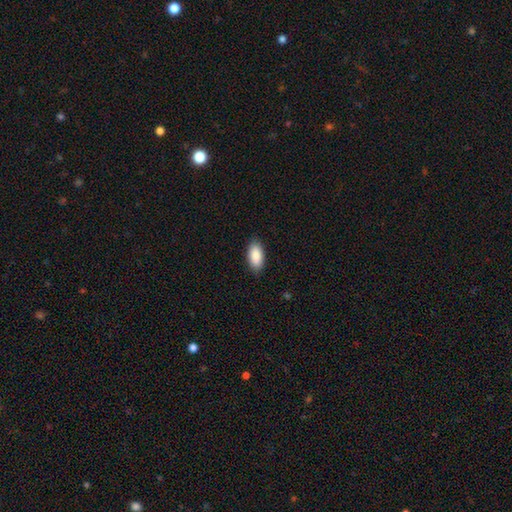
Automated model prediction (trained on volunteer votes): This appears to be a smooth galaxy with no disk features (90%) that is in between round and cigar-shaped (93%). Merging: none (87%).